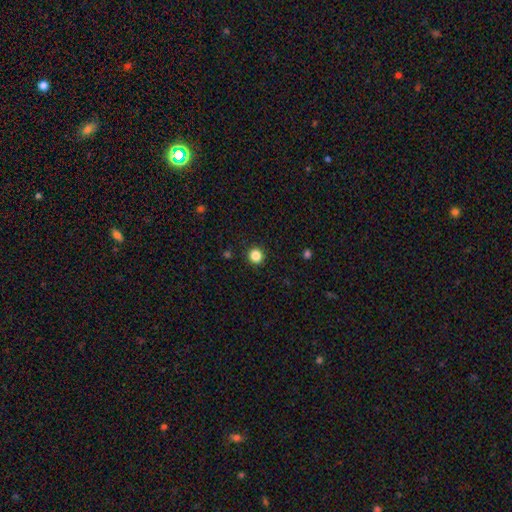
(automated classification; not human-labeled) This appears to be a smooth galaxy with no disk features (85%) that is round (93%). Merging: none (92%).